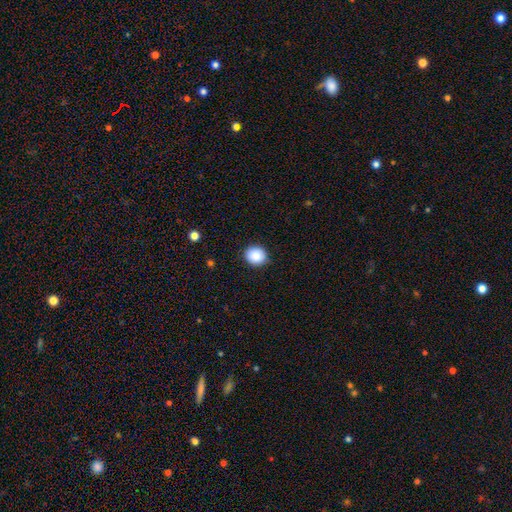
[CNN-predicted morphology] Overall: smooth (89%). How rounded: round (78%). Merging: none (89%).